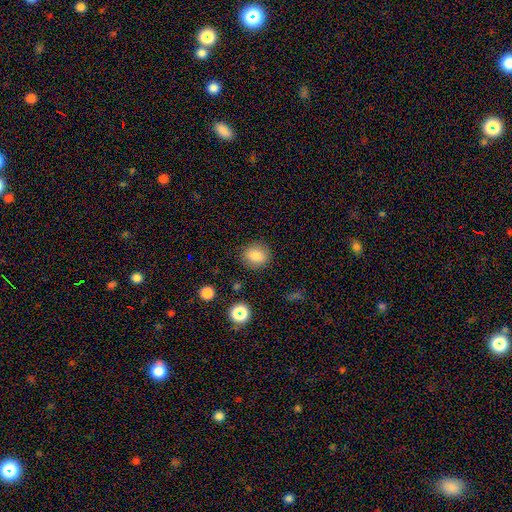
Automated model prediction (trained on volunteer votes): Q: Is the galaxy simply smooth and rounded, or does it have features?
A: smooth — 83%.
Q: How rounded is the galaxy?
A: round — 66%.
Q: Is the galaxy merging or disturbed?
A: none — 85%.